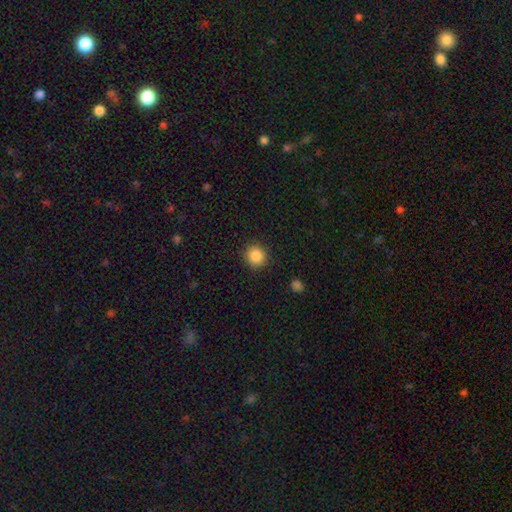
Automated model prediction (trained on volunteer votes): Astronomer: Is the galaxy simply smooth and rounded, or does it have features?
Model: smooth — 87%.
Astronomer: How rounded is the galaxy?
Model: round — 92%.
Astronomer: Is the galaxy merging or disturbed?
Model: none — 90%.